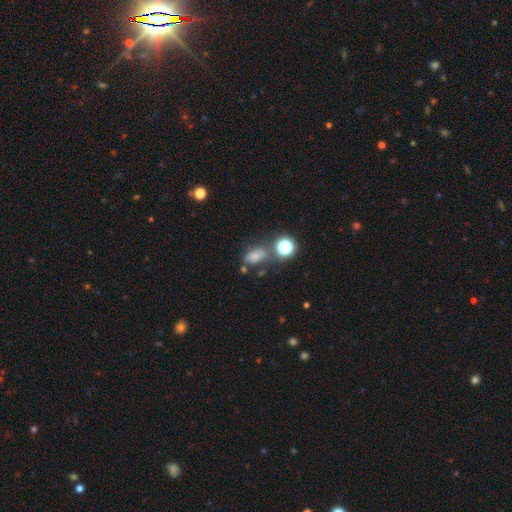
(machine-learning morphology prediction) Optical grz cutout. It shows a smooth galaxy with no disk features (67%) that is in between round and cigar-shaped (75%). Merging: none (50%).